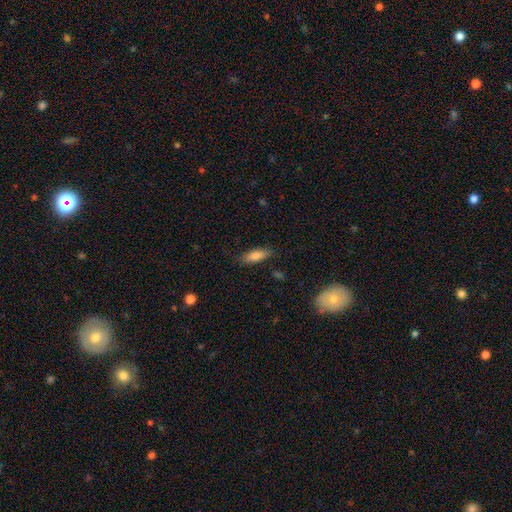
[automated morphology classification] This is clearly a smooth galaxy (80%). How rounded: possibly in between (59%). Merging: clearly none (81%).